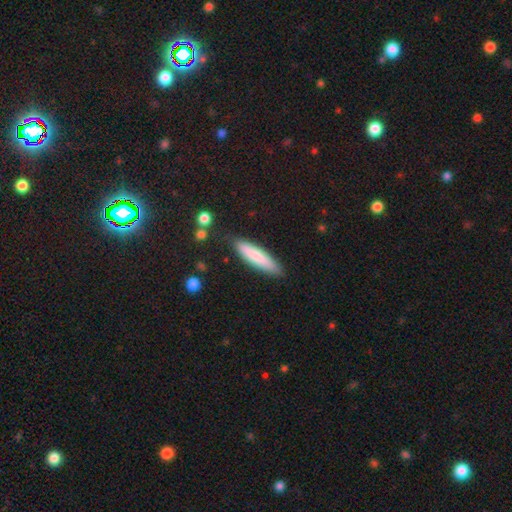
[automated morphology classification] The model was most divided on "how rounded": cigar-shaped: 79%, in between: 20%, round: 1%. More confident: merging — none (85%); smooth or featured — smooth (78%).